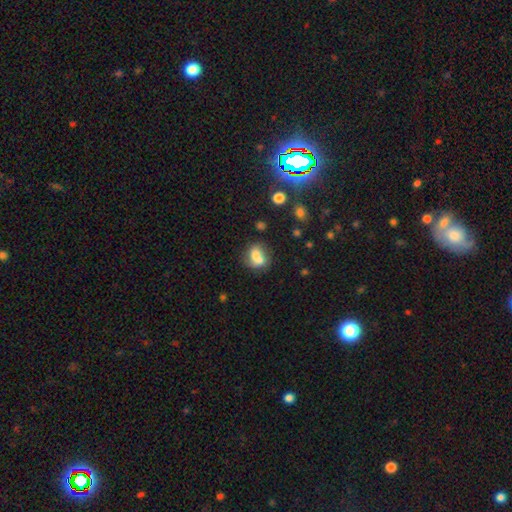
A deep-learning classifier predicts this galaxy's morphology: smooth-or-featured: smooth: 72% | featured or disk: 17% | star or artifact: 10%
  how-rounded: in between: 56% | round: 43% | cigar-shaped: 2%
  merging: merger: 47% | none: 33% | minor disturbance: 14% | major disturbance: 6%